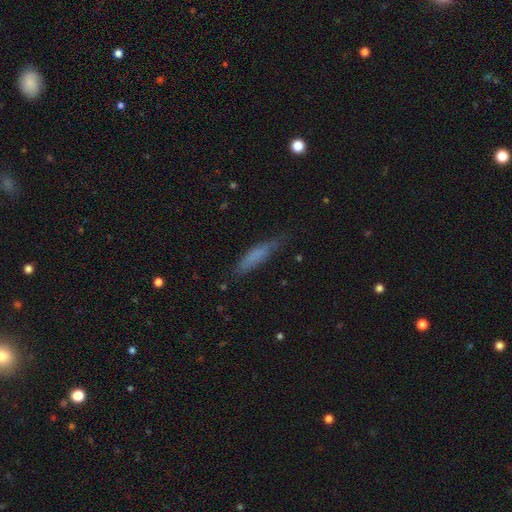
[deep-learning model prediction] Smooth or featured: smooth — 72% (featured or disk — 20%)
How rounded: cigar-shaped — 81% (in between — 18%)
Merging: none — 70% (minor disturbance — 22%)